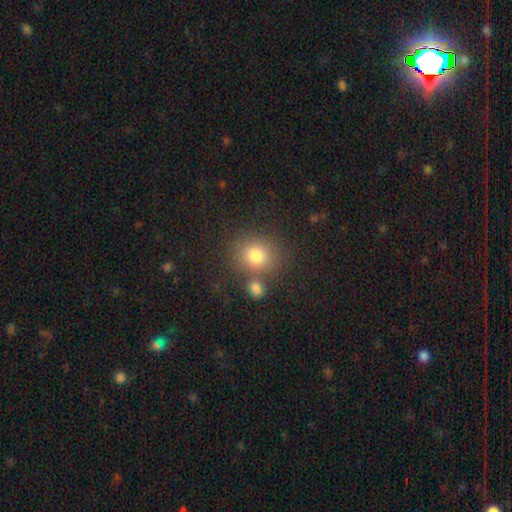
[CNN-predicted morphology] Smooth or featured: smooth — 78% (star or artifact — 13%)
How rounded: round — 79% (in between — 20%)
Merging: none — 68% (merger — 18%)